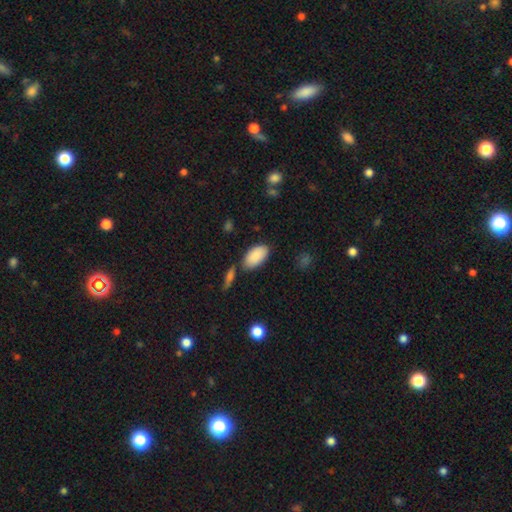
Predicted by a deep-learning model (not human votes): Smooth or featured? Predicted: smooth (p=0.88). How rounded? Predicted: in between (p=0.95). Merging? Predicted: none (p=0.75).